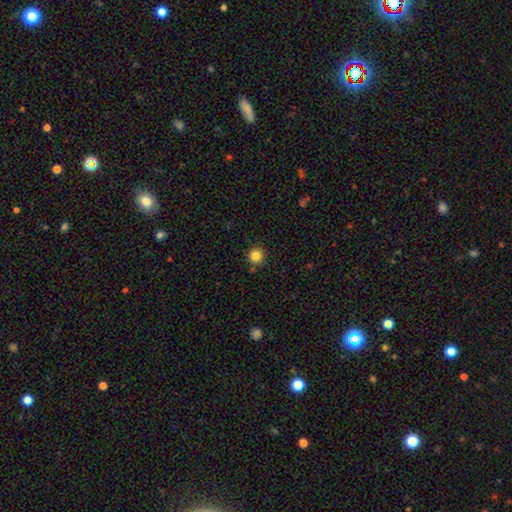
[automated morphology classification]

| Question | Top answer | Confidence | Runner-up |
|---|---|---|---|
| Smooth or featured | smooth | 83% | star or artifact (12%) |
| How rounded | round | 95% | in between (4%) |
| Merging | none | 89% | minor disturbance (7%) |